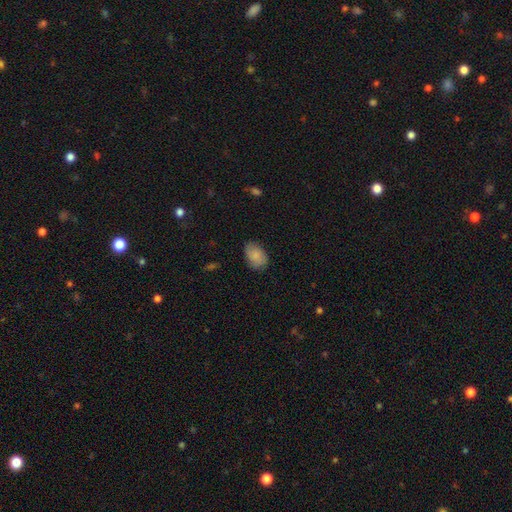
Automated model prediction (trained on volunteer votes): A smooth galaxy with no disk features (86%) that is in between round and cigar-shaped (86%).

Vote fractions:
- Smooth or featured? smooth: 86% / featured or disk: 7% / star or artifact: 7%
- How rounded? in between: 86% / round: 13% / cigar-shaped: 1%
- Merging? none: 80% / minor disturbance: 16% / major disturbance: 3% / merger: 1%